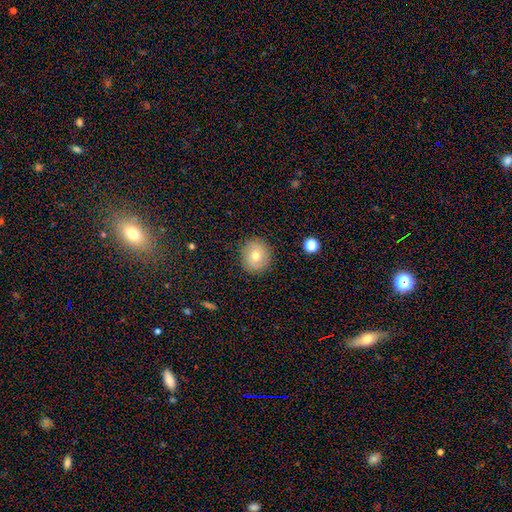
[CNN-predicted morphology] This appears to be a smooth galaxy with no disk features (67%) that is round (86%). Merging: none (87%).